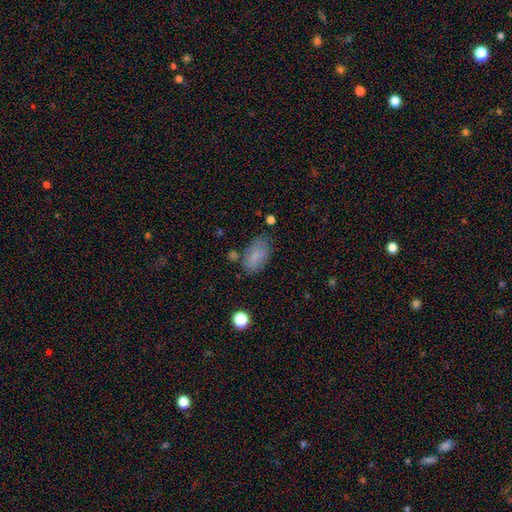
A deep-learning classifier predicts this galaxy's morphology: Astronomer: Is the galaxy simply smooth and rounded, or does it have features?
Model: smooth — 81%.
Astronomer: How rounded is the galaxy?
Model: in between — 93%.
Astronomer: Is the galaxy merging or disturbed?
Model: none — 69%.